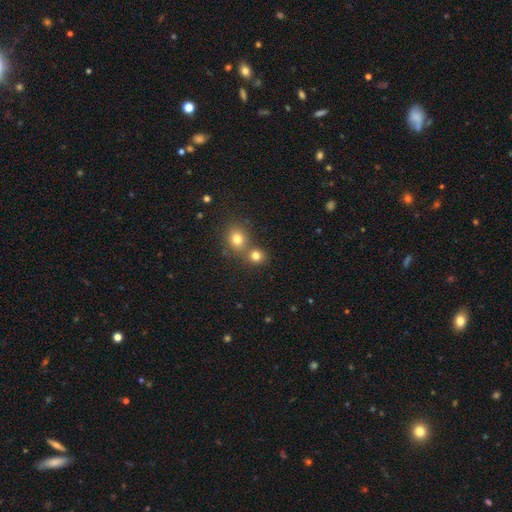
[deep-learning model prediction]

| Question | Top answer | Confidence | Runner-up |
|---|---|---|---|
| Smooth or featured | smooth | 78% | star or artifact (15%) |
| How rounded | round | 80% | in between (19%) |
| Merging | none | 53% | merger (38%) |